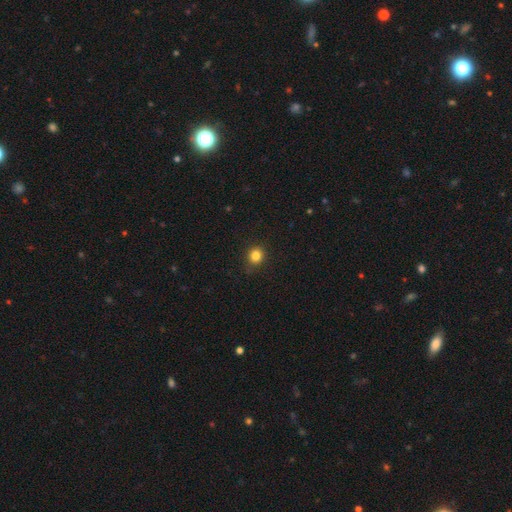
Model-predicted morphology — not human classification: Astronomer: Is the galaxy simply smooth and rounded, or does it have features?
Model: smooth — 83%.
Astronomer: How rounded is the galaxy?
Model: round — 83%.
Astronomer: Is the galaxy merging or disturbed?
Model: none — 86%.